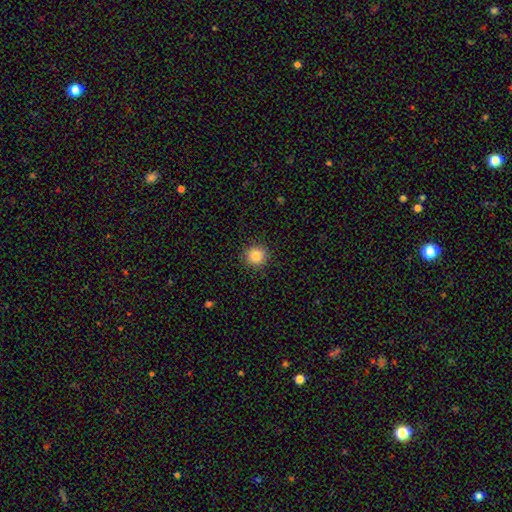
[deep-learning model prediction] A smooth galaxy with no disk features (84%) that is round (93%). Merging: none (91%).